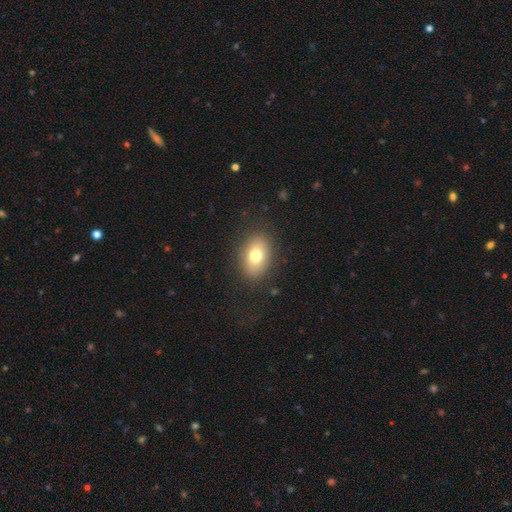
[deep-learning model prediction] A smooth galaxy with no disk features (76%) that is in between round and cigar-shaped (81%). Merging: none (85%).